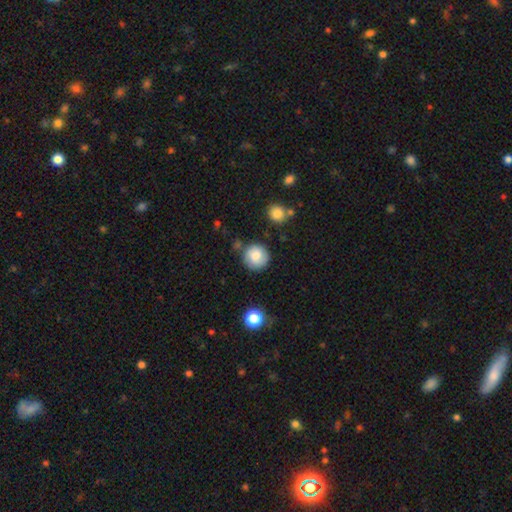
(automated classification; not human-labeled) Smooth or featured?
  - smooth: 79% *
  - featured or disk: 13%
  - star or artifact: 8%
How rounded?
  - round: 94% *
  - in between: 5%
  - cigar-shaped: 1%
Merging?
  - none: 79% *
  - minor disturbance: 13%
  - merger: 5%
  - major disturbance: 3%